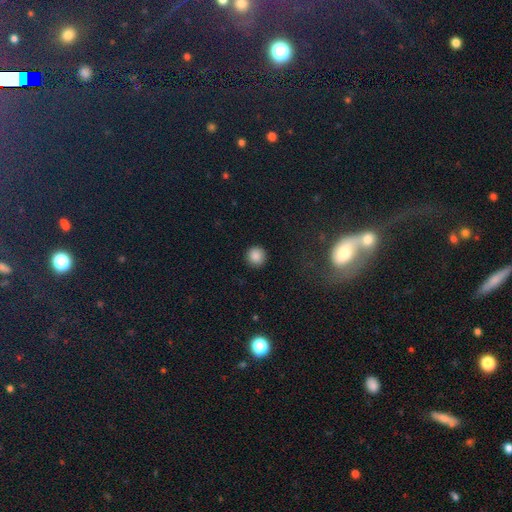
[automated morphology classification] smooth-or-featured: smooth: 86% | star or artifact: 10% | featured or disk: 3%
  how-rounded: round: 95% | in between: 4% | cigar-shaped: 1%
  merging: none: 91% | minor disturbance: 6% | major disturbance: 2% | merger: 1%